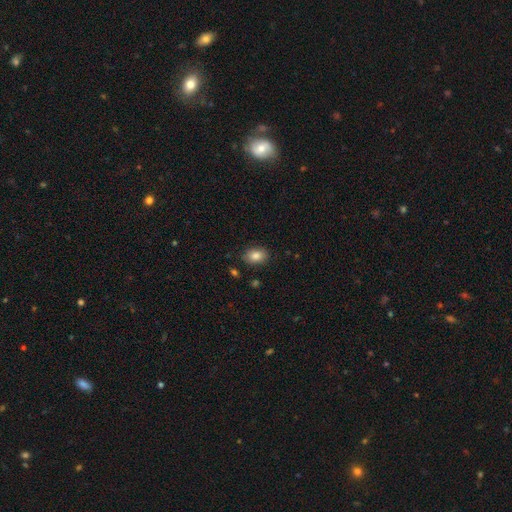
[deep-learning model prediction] Morphology: type=smooth (85%); roundness=in between (79%); merging=none (85%).